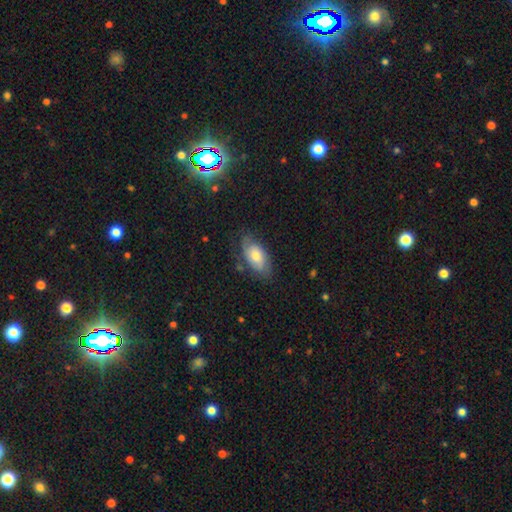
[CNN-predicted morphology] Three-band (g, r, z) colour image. It shows a featured or disk galaxy (47%). Merging: none (69%).